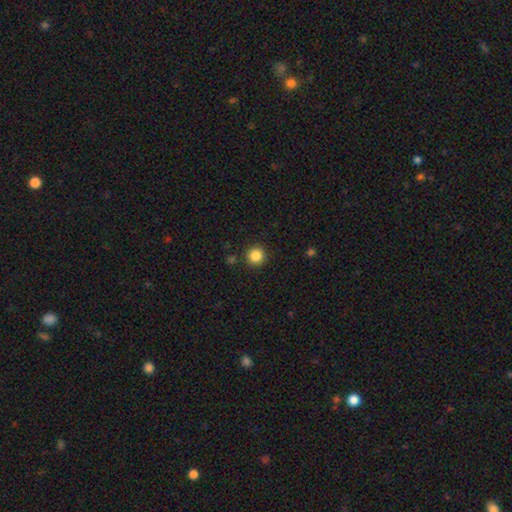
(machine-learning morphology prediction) Smooth or featured?
  - smooth: 85% *
  - star or artifact: 11%
  - featured or disk: 4%
How rounded?
  - round: 95% *
  - in between: 4%
  - cigar-shaped: 1%
Merging?
  - none: 90% *
  - minor disturbance: 6%
  - major disturbance: 2%
  - merger: 2%